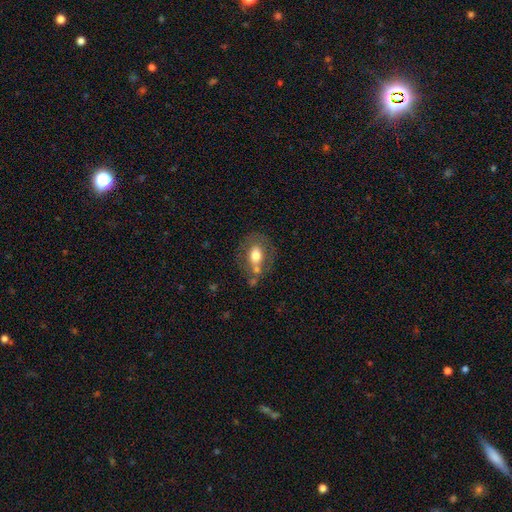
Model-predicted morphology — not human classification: This appears to be a smooth galaxy with no disk features (62%) that is in between round and cigar-shaped (68%). Merging: none (54%).